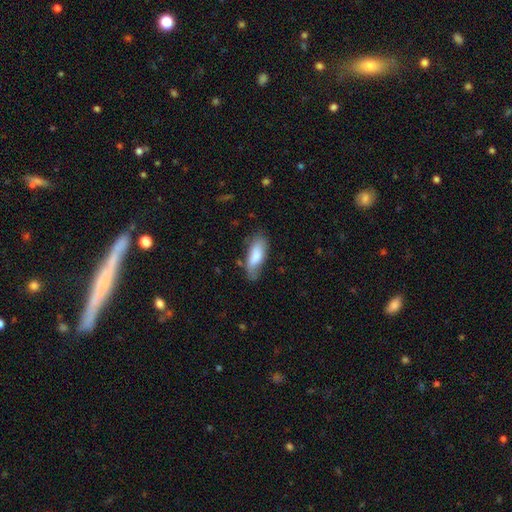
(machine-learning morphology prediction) Smooth or featured? smooth (77%)
How rounded? in between (68%)
Merging? none (58%)